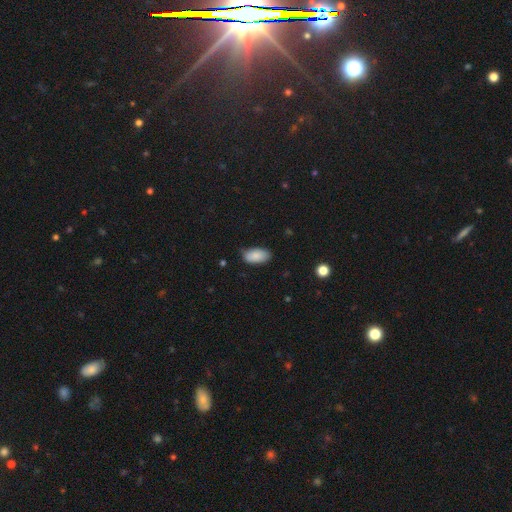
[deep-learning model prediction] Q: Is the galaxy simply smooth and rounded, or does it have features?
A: smooth — 87%.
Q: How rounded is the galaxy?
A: in between — 95%.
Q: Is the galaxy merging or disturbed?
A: none — 77%.